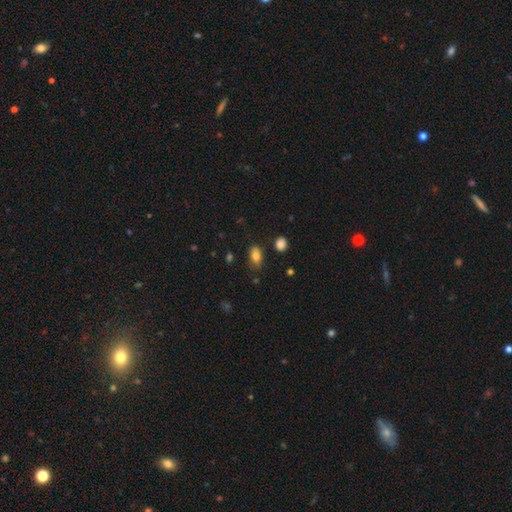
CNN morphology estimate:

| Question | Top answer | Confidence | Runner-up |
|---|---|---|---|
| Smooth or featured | smooth | 81% | featured or disk (10%) |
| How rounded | in between | 87% | round (10%) |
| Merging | none | 76% | minor disturbance (17%) |